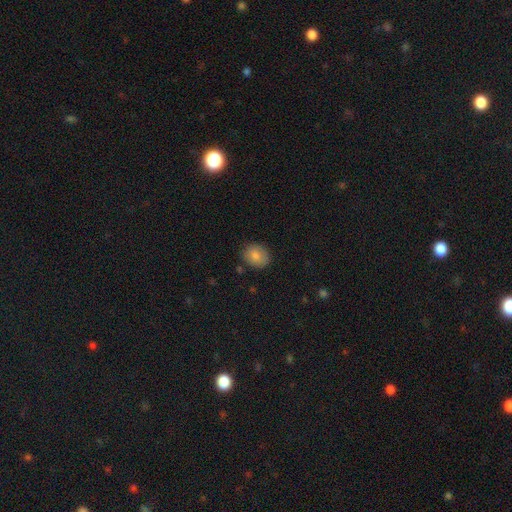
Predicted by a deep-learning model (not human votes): This appears to be a smooth galaxy with no disk features (82%) that is round (60%). Merging: none (83%).